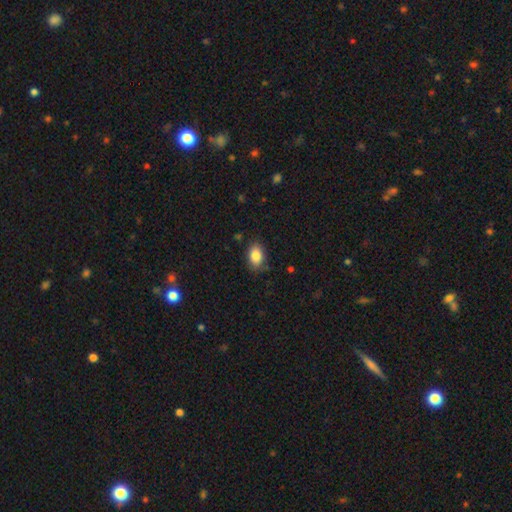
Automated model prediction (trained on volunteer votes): A smooth galaxy with no disk features (85%) that is in between round and cigar-shaped (84%).

Vote fractions:
- Smooth or featured? smooth: 85% / star or artifact: 8% / featured or disk: 7%
- How rounded? in between: 84% / round: 15% / cigar-shaped: 1%
- Merging? none: 81% / minor disturbance: 15% / major disturbance: 3% / merger: 1%